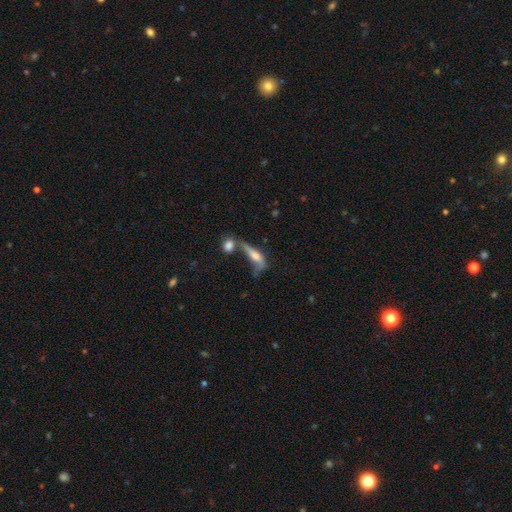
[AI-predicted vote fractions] This is possibly a smooth galaxy (46%). Merging: marginally merger (36%).